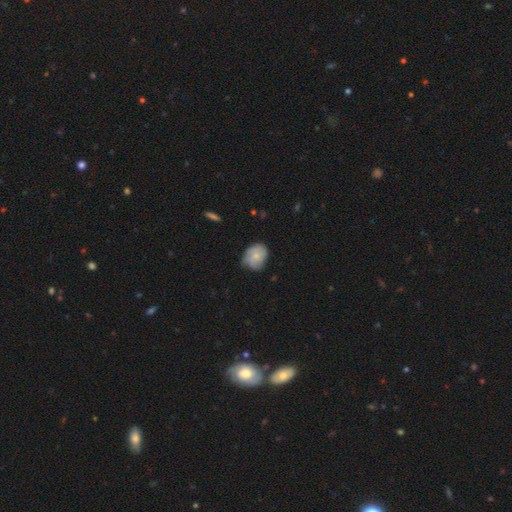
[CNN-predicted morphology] Smooth or featured? smooth (65%)
How rounded? in between (53%)
Merging? none (56%)